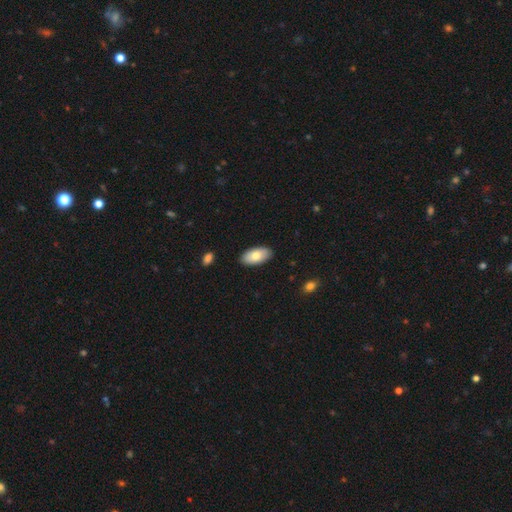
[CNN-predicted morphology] Overall: smooth (78%). How rounded: in between (94%). Merging: none (89%).